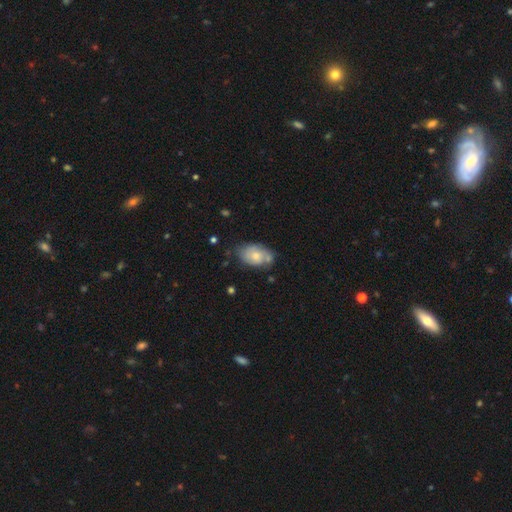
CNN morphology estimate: A smooth galaxy with no disk features (59%) that is in between round and cigar-shaped (87%).

Vote fractions:
- Smooth or featured? smooth: 59% / featured or disk: 34% / star or artifact: 7%
- How rounded? in between: 87% / round: 11% / cigar-shaped: 2%
- Merging? none: 52% / minor disturbance: 29% / merger: 10% / major disturbance: 8%